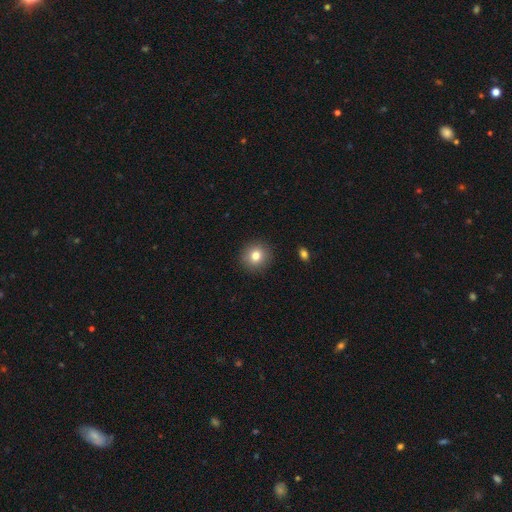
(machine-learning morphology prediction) The model was most divided on "smooth or featured": smooth: 80%, star or artifact: 11%, featured or disk: 9%. More confident: merging — none (91%); how rounded — round (91%).